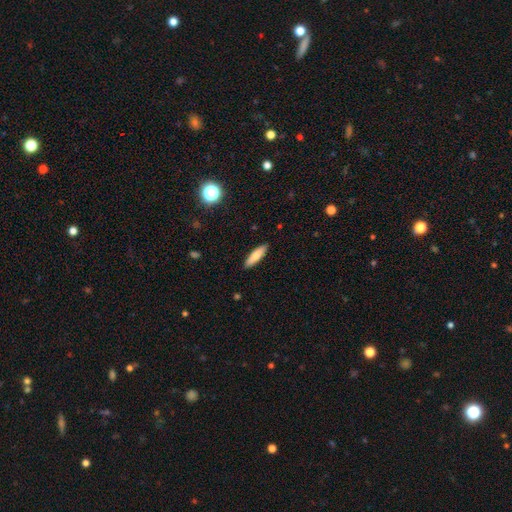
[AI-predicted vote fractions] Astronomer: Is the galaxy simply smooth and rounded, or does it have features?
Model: smooth — 77%.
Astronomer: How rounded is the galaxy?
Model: cigar-shaped — 65%.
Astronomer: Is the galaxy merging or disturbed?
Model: none — 89%.